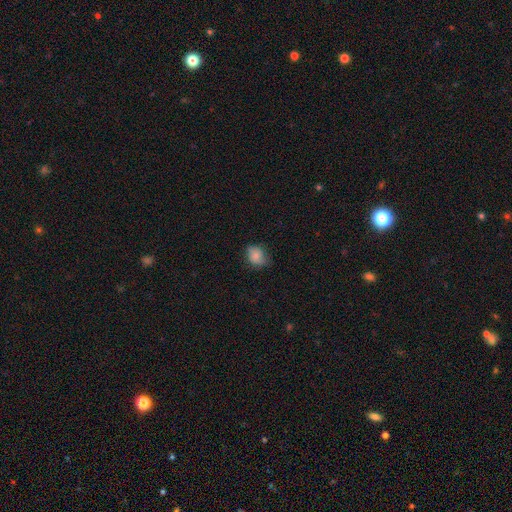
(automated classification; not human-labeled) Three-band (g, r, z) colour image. It shows a smooth galaxy with no disk features (78%) that is in between round and cigar-shaped (57%). Merging: none (67%).